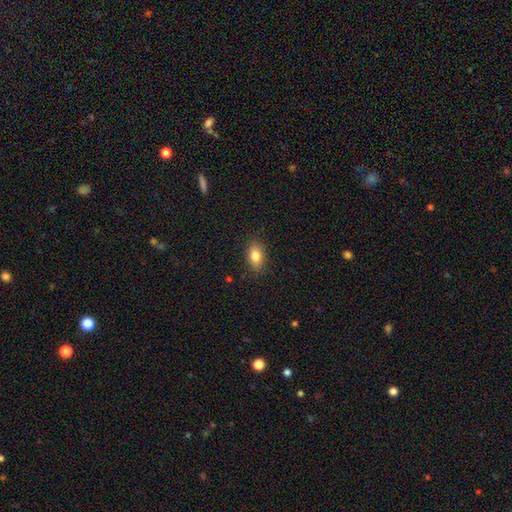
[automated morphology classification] Smooth or featured? smooth (81%)
How rounded? in between (86%)
Merging? none (87%)